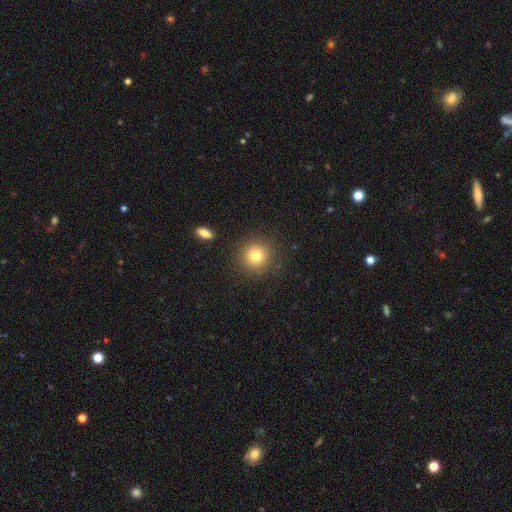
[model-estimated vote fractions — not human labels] smooth 80%, star or artifact 12%, featured or disk 8%. Down the decision tree: how rounded — round (93%); merging — none (88%).